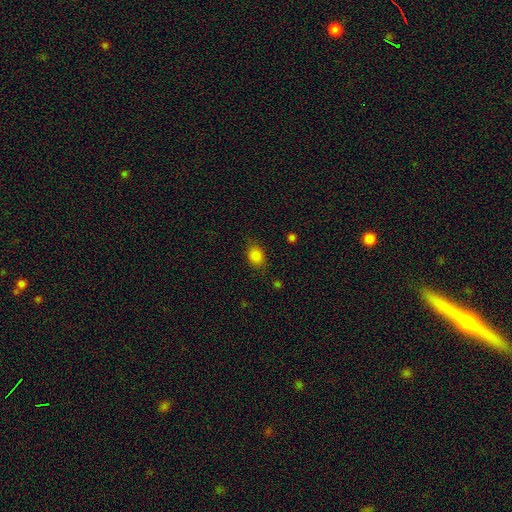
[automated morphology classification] smooth 84%, star or artifact 11%, featured or disk 5%. Down the decision tree: how rounded — in between (61%); merging — none (77%).